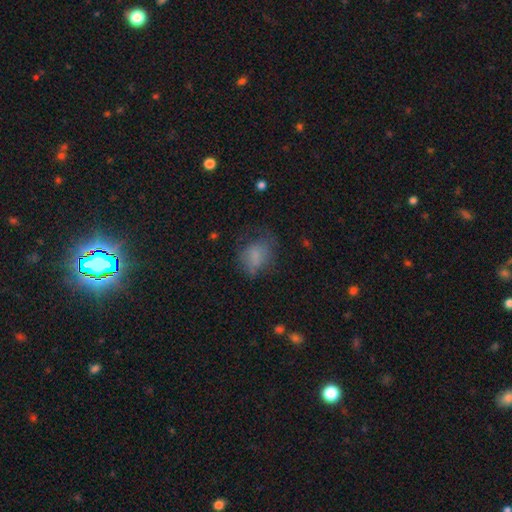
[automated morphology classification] Overall: smooth (71%). How rounded: in between (59%; round 40%). Merging: none (48%; minor disturbance 28%).